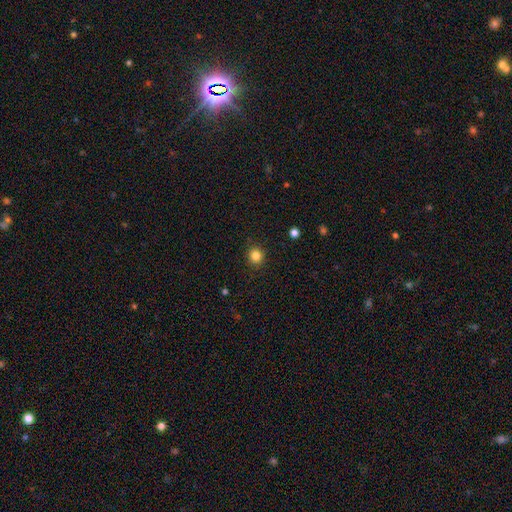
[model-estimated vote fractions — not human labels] This is clearly a smooth galaxy (84%). How rounded: clearly round (90%). Merging: clearly none (91%).